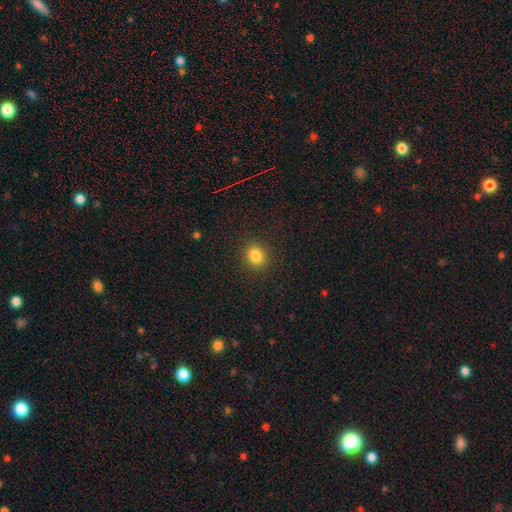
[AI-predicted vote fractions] Q: Smooth or featured?
A: smooth (83%); runner-up: star or artifact (12%)
Q: How rounded?
A: round (76%); runner-up: in between (23%)
Q: Merging?
A: none (90%); runner-up: minor disturbance (7%)